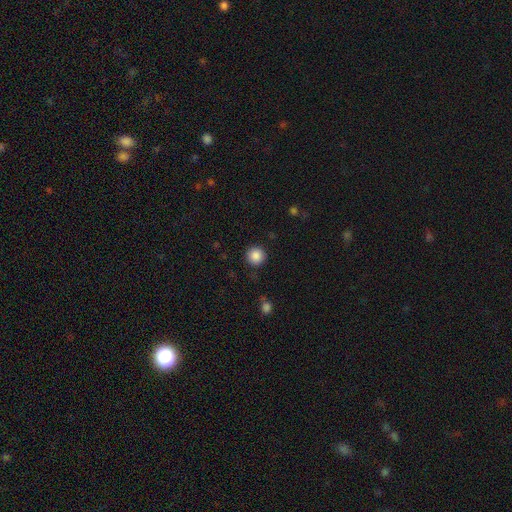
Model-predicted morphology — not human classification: Smooth or featured? smooth (87%)
How rounded? round (96%)
Merging? none (90%)